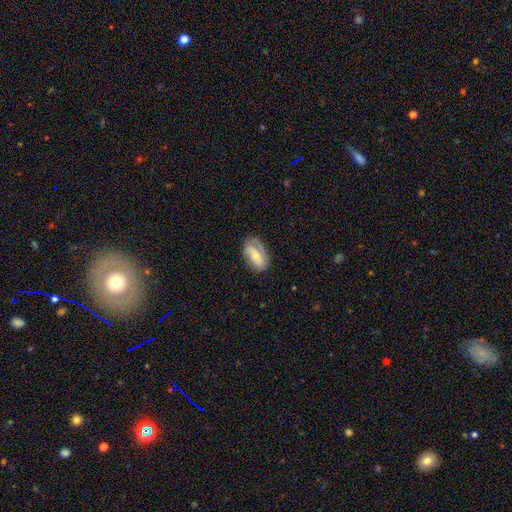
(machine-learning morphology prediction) featured or disk 50%, smooth 43%, star or artifact 7%. Down the decision tree: edge-on disk — no (92%); merging — none (70%).